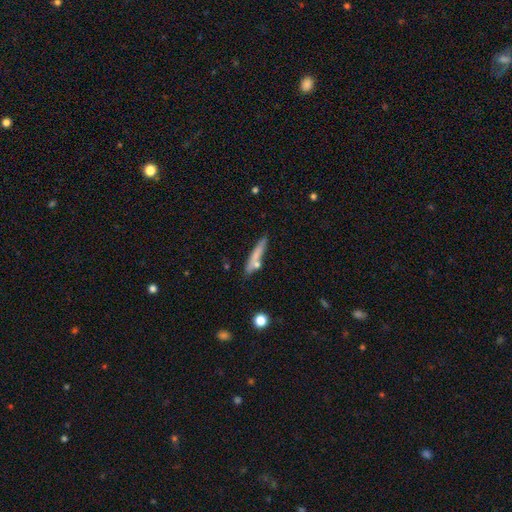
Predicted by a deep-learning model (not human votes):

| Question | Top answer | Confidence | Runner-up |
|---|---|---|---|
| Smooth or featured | smooth | 65% | featured or disk (28%) |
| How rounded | cigar-shaped | 89% | in between (9%) |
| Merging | none | 70% | minor disturbance (16%) |